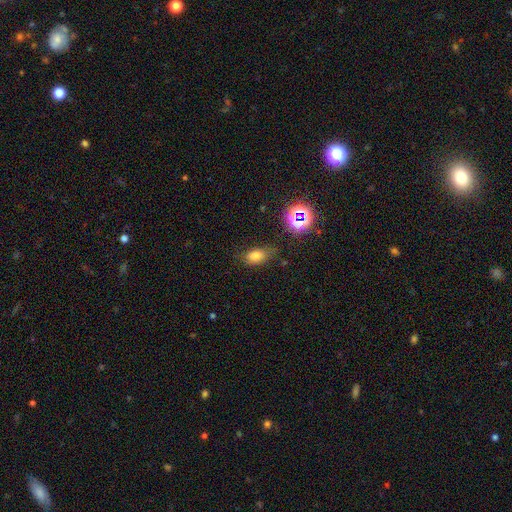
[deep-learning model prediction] A smooth galaxy with no disk features (73%) that is in between round and cigar-shaped (81%). Merging: none (65%).